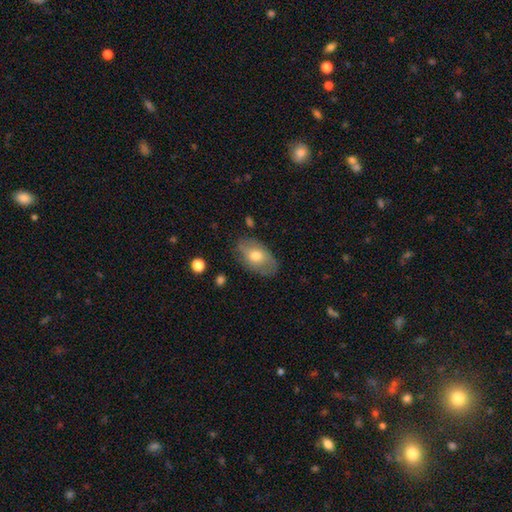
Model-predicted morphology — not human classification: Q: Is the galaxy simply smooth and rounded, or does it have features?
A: smooth — 65%.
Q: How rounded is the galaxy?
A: in between — 91%.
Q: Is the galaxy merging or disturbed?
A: none — 78%.